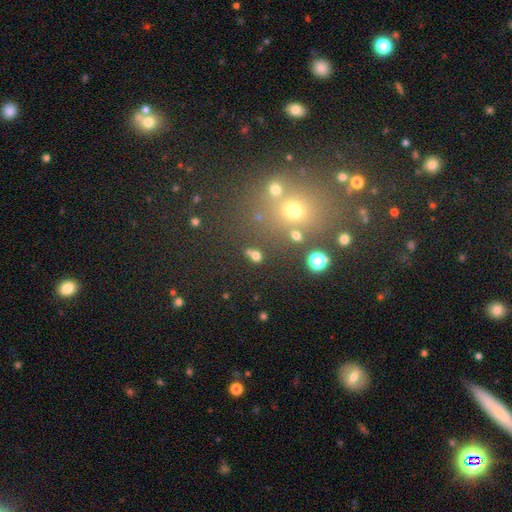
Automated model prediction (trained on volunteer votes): Morphology: type=smooth (69%); roundness=round (50%); merging=none (67%).